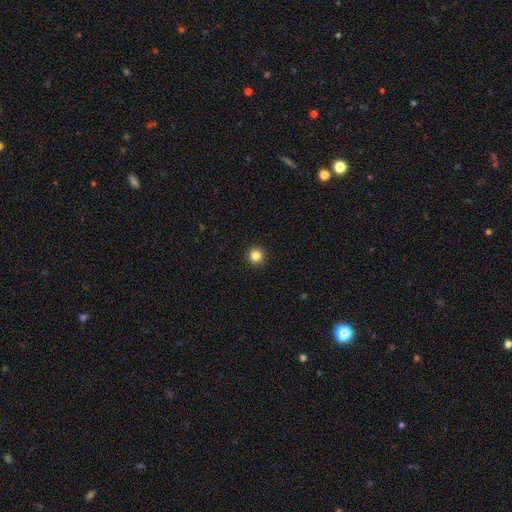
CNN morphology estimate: smooth 84%, star or artifact 12%, featured or disk 4%. Down the decision tree: how rounded — round (96%); merging — none (94%).